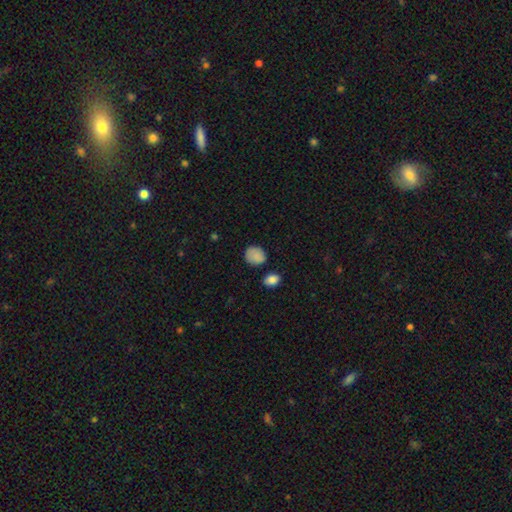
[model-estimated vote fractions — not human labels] Smooth or featured: smooth — 87% (star or artifact — 9%)
How rounded: round — 66% (in between — 33%)
Merging: none — 77% (minor disturbance — 15%)